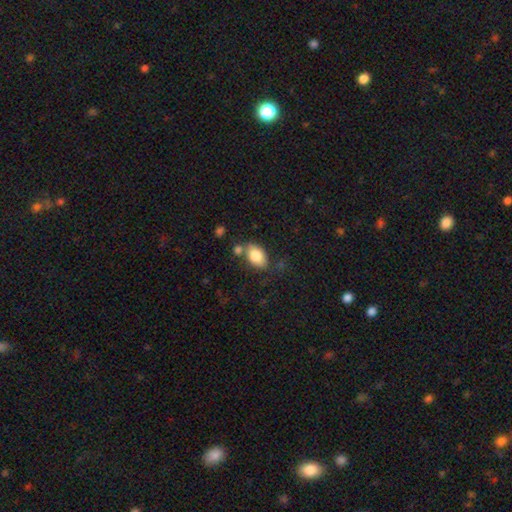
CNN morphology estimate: The model was most divided on "merging": none: 66%, minor disturbance: 16%, merger: 13%, major disturbance: 5%. More confident: how rounded — in between (88%); smooth or featured — smooth (82%).